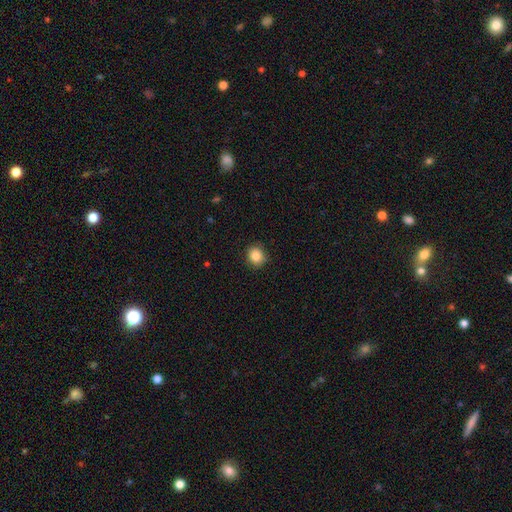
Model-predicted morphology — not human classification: smooth_or_featured: smooth (p=0.86) [alt: star or artifact p=0.10]
how_rounded: round (p=0.81) [alt: in between p=0.18]
merging: none (p=0.87) [alt: minor disturbance p=0.10]